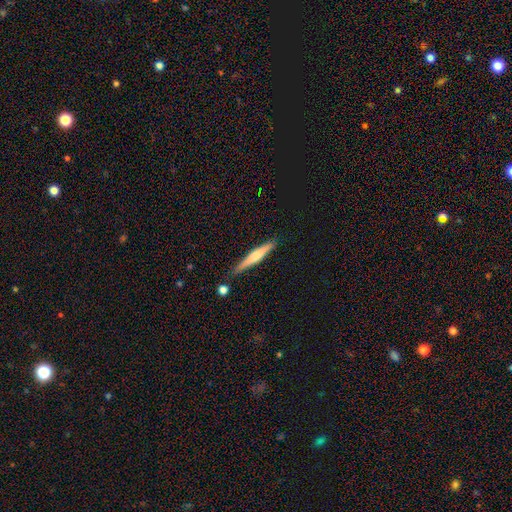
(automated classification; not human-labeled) Q: Smooth or featured?
A: smooth (53%); runner-up: featured or disk (41%)
Q: How rounded?
A: cigar-shaped (93%); runner-up: in between (6%)
Q: Merging?
A: none (81%); runner-up: minor disturbance (13%)